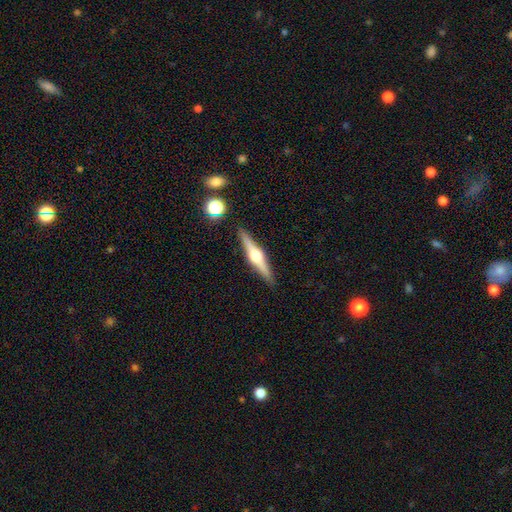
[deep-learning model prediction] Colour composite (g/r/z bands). It shows a featured or disk galaxy (77%) viewed edge-on (98%) with a rounded central bulge (94%). Merging: none (90%).